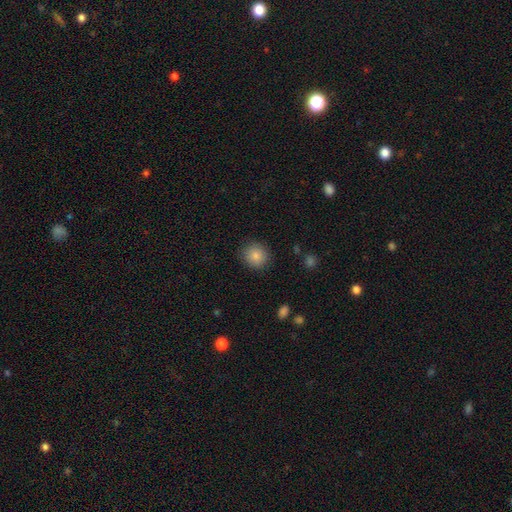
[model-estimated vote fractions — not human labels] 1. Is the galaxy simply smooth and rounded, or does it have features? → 85% smooth, 9% star or artifact, 6% featured or disk.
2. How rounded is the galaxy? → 88% round, 11% in between, 1% cigar-shaped.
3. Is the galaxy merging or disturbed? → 88% none, 8% minor disturbance, 3% major disturbance, 1% merger.